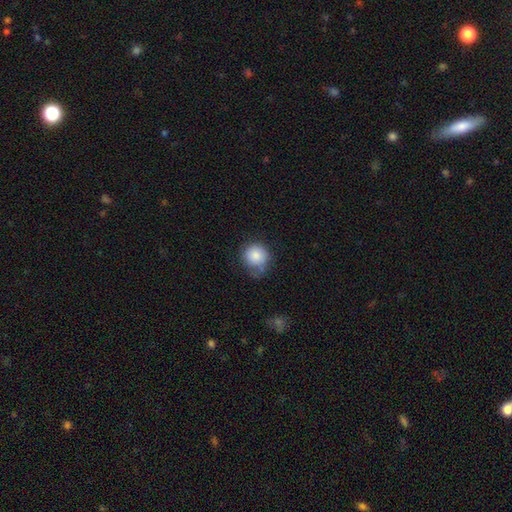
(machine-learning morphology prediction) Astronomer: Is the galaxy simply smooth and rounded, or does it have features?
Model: smooth — 85%.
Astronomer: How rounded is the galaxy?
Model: round — 89%.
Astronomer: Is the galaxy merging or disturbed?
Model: none — 60%.